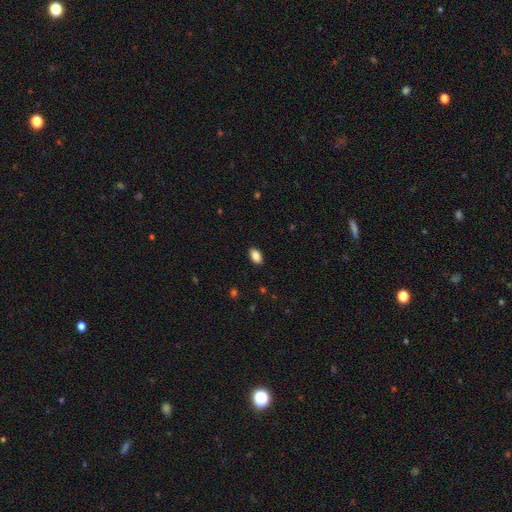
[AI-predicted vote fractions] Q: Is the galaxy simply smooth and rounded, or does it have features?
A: smooth — 87%.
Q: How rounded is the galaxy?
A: in between — 93%.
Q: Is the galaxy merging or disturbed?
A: none — 89%.